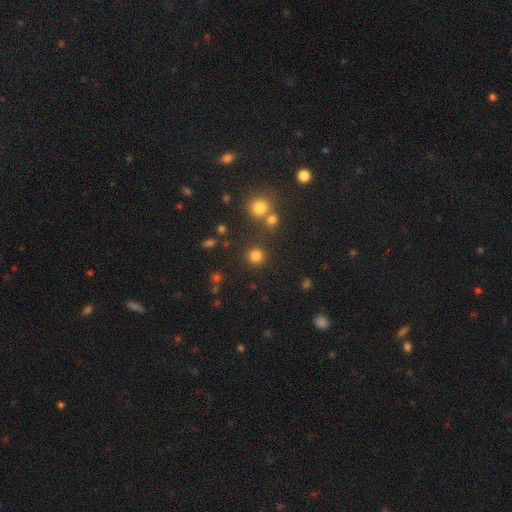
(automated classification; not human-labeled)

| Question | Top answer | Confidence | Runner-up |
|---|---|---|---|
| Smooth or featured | smooth | 81% | star or artifact (15%) |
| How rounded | round | 93% | in between (6%) |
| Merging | none | 84% | merger (7%) |